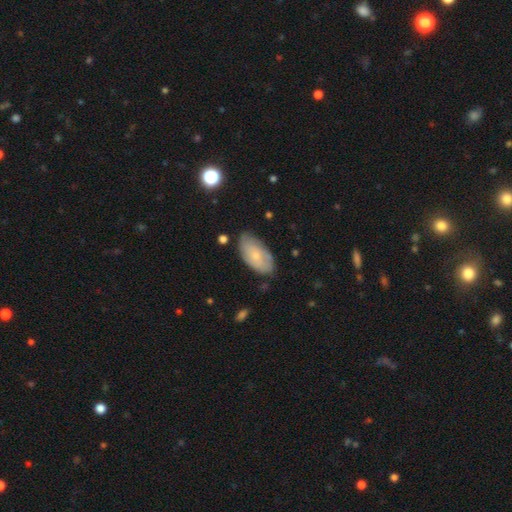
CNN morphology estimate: A smooth galaxy with no disk features (64%) that is in between round and cigar-shaped (94%). Merging: none (70%).